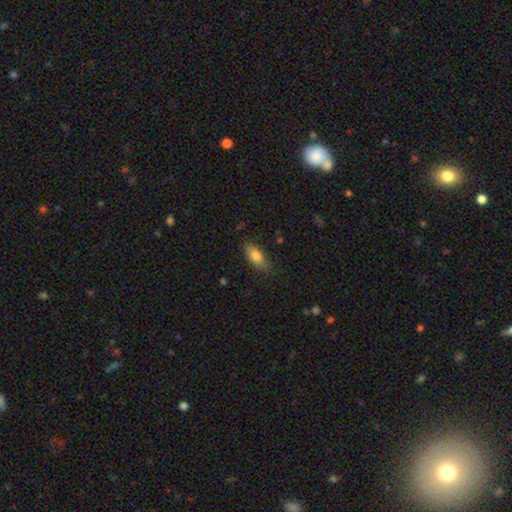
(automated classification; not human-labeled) Overall: smooth (79%). How rounded: in between (84%). Merging: none (74%).